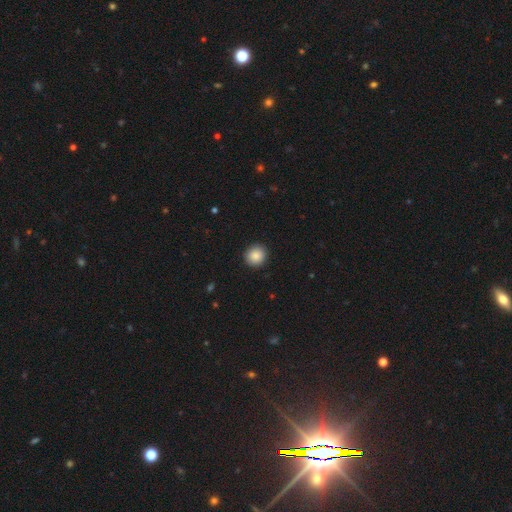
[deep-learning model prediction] This appears to be a smooth galaxy with no disk features (88%) that is round (88%). Merging: none (92%).